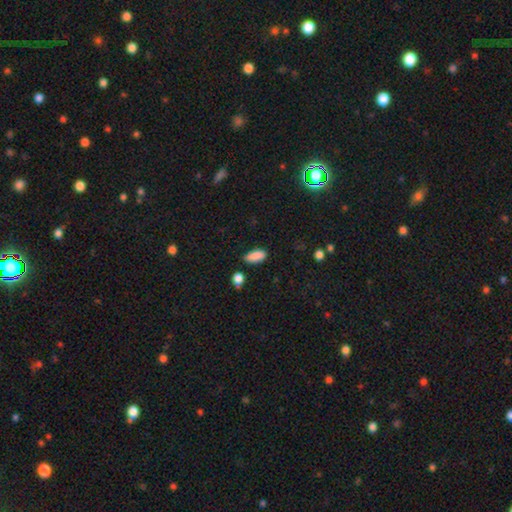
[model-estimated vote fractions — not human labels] smooth-or-featured: smooth: 88% | star or artifact: 8% | featured or disk: 4%
  how-rounded: in between: 83% | cigar-shaped: 14% | round: 3%
  merging: none: 76% | minor disturbance: 17% | merger: 4% | major disturbance: 3%